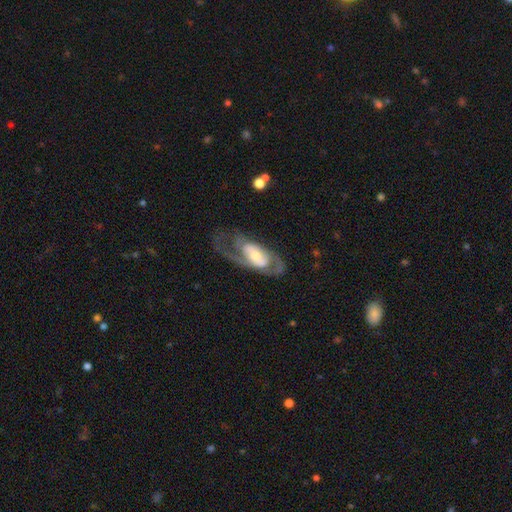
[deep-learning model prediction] Smooth or featured?
  - featured or disk: 71% *
  - smooth: 23%
  - star or artifact: 5%
Edge-on disk?
  - no: 91% *
  - yes: 9%
Bar?
  - no: 53% *
  - weak: 31%
  - strong: 16%
Spiral arms?
  - yes: 75% *
  - no: 25%
Bulge size?
  - moderate: 43% *
  - small: 37%
  - large: 15%
  - none: 3%
  - dominant: 2%
Merging?
  - none: 43% *
  - major disturbance: 36%
  - minor disturbance: 19%
  - merger: 3%